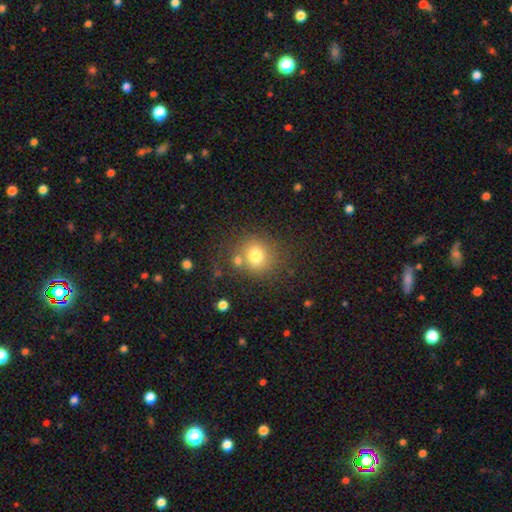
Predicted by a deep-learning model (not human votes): smooth-or-featured: smooth: 75% | star or artifact: 13% | featured or disk: 11%
  how-rounded: round: 81% | in between: 19% | cigar-shaped: 1%
  merging: none: 67% | merger: 15% | minor disturbance: 12% | major disturbance: 6%